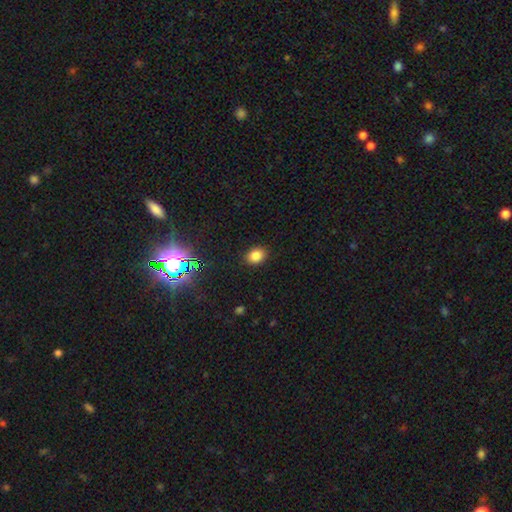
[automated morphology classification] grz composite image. It shows a smooth galaxy with no disk features (81%) that is in between round and cigar-shaped (58%). Merging: none (89%).